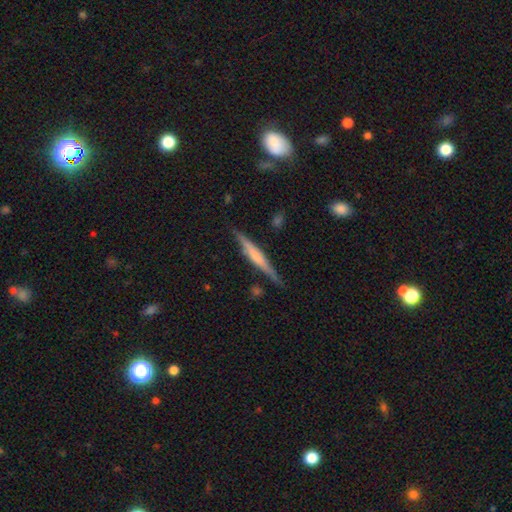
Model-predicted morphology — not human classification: Smooth or featured?
  - featured or disk: 61% *
  - smooth: 33%
  - star or artifact: 6%
Edge-on disk?
  - yes: 96% *
  - no: 4%
Edge-on bulge?
  - rounded: 41% *
  - none: 31%
  - boxy: 28%
Merging?
  - none: 83% *
  - minor disturbance: 12%
  - major disturbance: 3%
  - merger: 2%